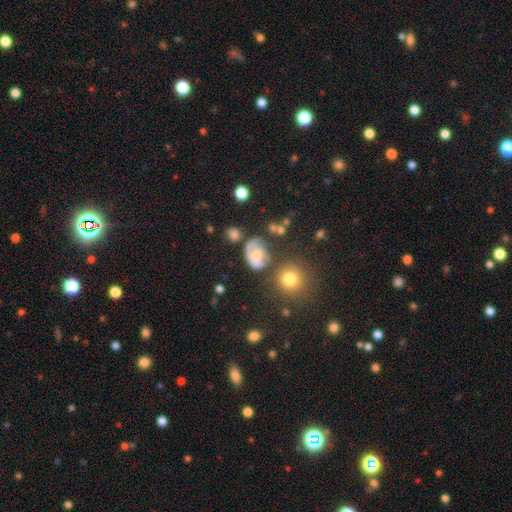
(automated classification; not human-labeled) This appears to be a featured or disk galaxy (45%). Merging: none (36%).